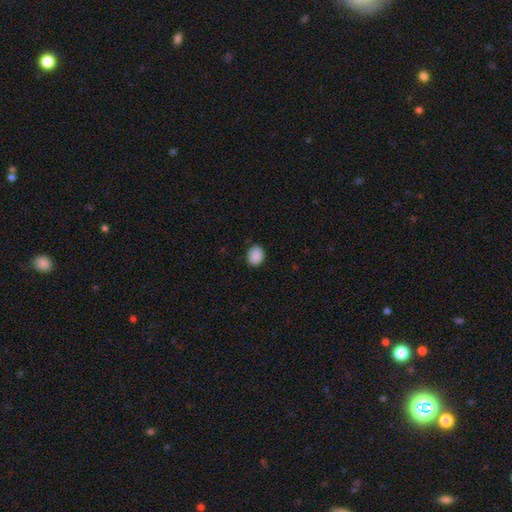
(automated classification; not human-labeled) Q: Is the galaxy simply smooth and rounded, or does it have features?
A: smooth — 89%.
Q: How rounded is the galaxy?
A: round — 52%.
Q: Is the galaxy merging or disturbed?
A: none — 86%.